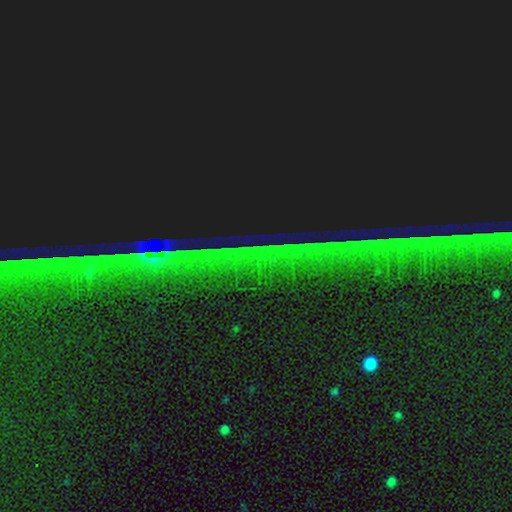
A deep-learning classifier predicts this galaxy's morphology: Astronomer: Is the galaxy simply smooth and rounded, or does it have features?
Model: star or artifact — 85%.